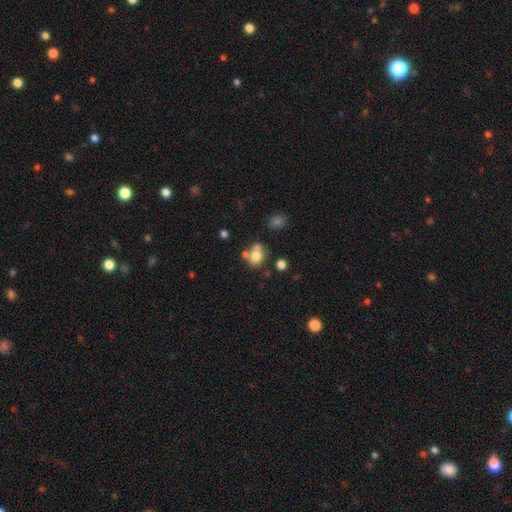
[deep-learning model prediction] A smooth galaxy with no disk features (75%) that is round (62%). Merging: none (46%).